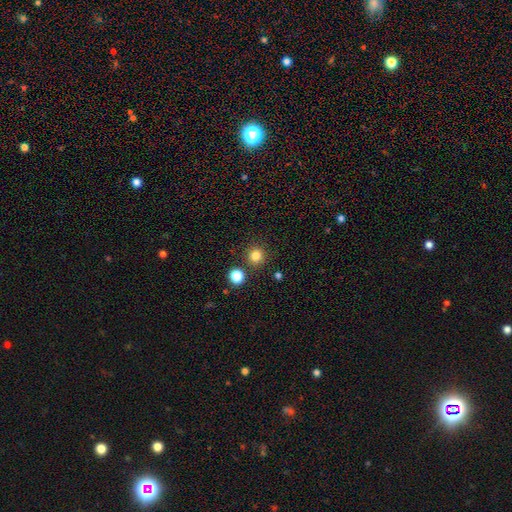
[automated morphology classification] Smooth or featured? smooth (82%)
How rounded? round (94%)
Merging? none (87%)